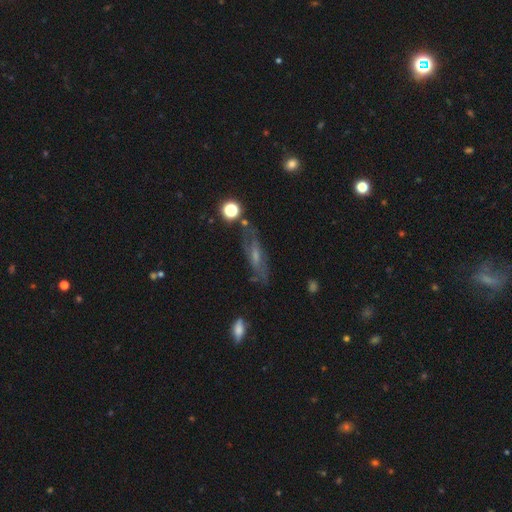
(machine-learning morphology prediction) featured or disk 59%, smooth 29%, star or artifact 12%. Down the decision tree: edge-on disk — no (63%); merging — none (69%).